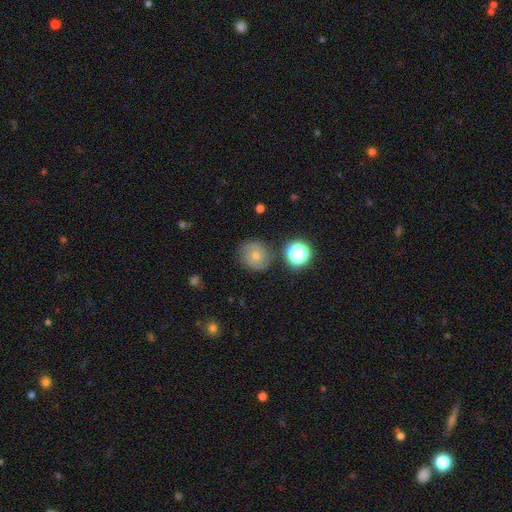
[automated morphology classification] smooth-or-featured: smooth: 49% | featured or disk: 35% | star or artifact: 16%
  merging: none: 77% | minor disturbance: 15% | major disturbance: 5% | merger: 4%